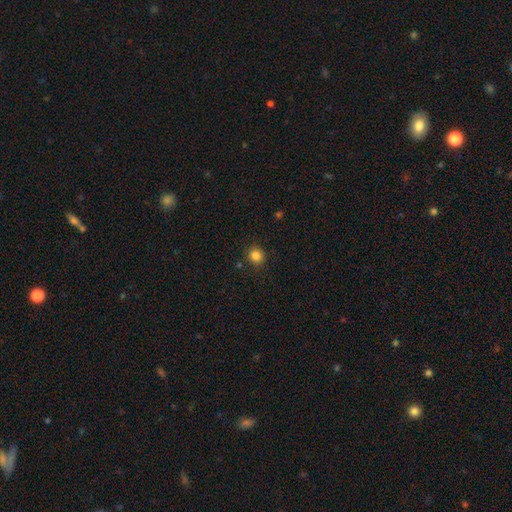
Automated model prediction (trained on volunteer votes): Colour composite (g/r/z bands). It shows a smooth galaxy with no disk features (84%) that is round (88%). Merging: none (88%).